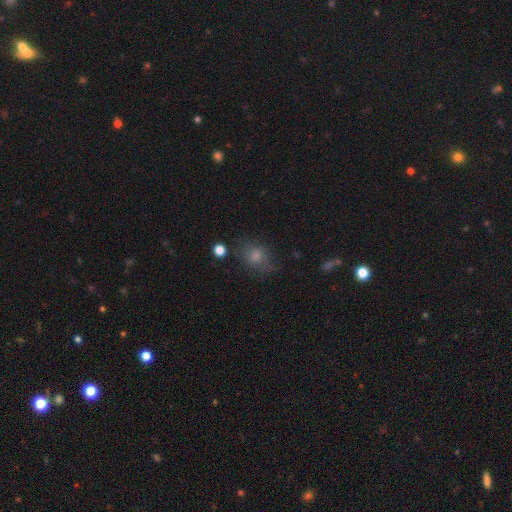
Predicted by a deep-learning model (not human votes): Morphology: type=smooth (74%); roundness=round (53%); merging=none (66%).